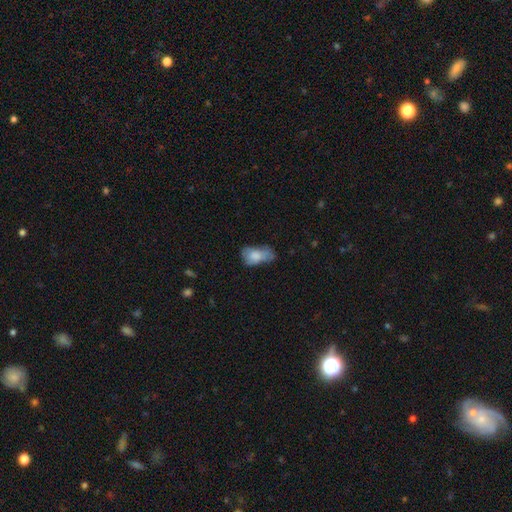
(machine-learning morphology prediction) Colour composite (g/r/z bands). It shows a smooth galaxy with no disk features (71%) that is in between round and cigar-shaped (89%). Merging: minor disturbance (39%).